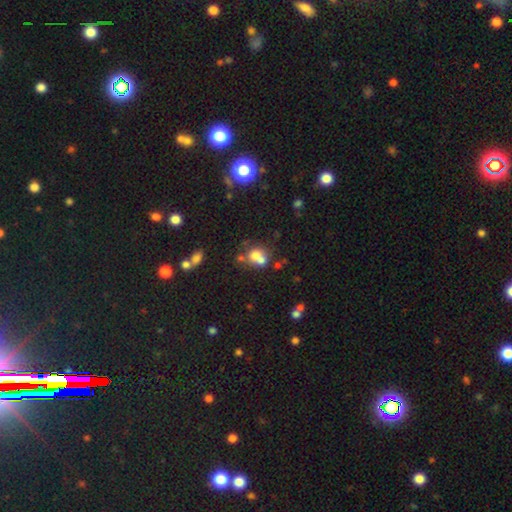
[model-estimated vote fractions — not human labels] A smooth galaxy with no disk features (65%) that is round (72%). Merging: merger (52%).